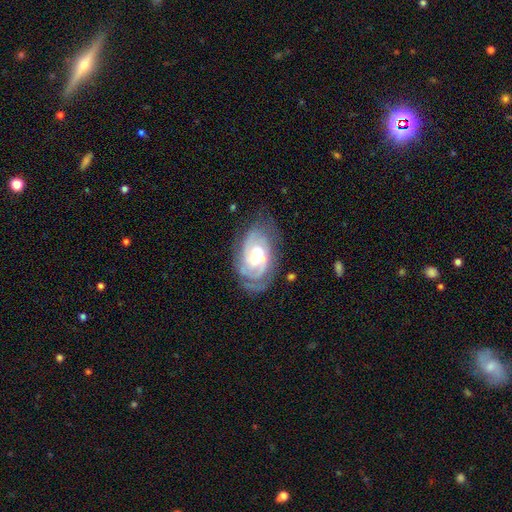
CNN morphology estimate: Smooth or featured?
  - featured or disk: 83% *
  - smooth: 11%
  - star or artifact: 6%
Edge-on disk?
  - no: 97% *
  - yes: 3%
Bar?
  - no: 53% *
  - weak: 37%
  - strong: 10%
Spiral arms?
  - yes: 95% *
  - no: 5%
Spiral winding?
  - tight: 63% *
  - medium: 30%
  - loose: 7%
Spiral arm count?
  - 2: 35% *
  - can't tell: 28%
  - 3: 20%
  - 1: 6%
  - 4: 6%
  - more than 4: 4%
Bulge size?
  - moderate: 49% *
  - small: 23%
  - large: 20%
  - none: 5%
  - dominant: 2%
Merging?
  - none: 66% *
  - minor disturbance: 21%
  - major disturbance: 11%
  - merger: 2%